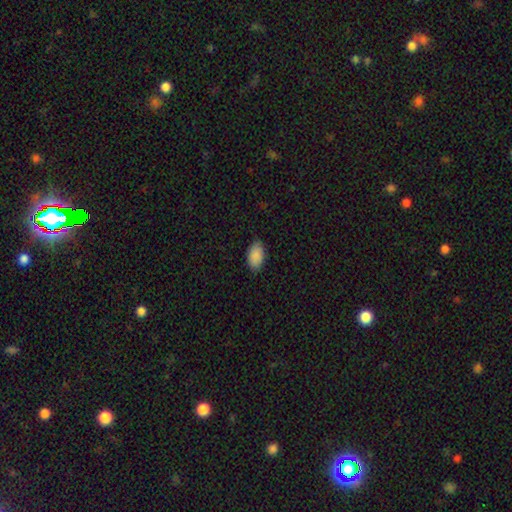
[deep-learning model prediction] Smooth or featured: smooth — 90% (star or artifact — 7%)
How rounded: in between — 94% (round — 4%)
Merging: none — 83% (minor disturbance — 13%)